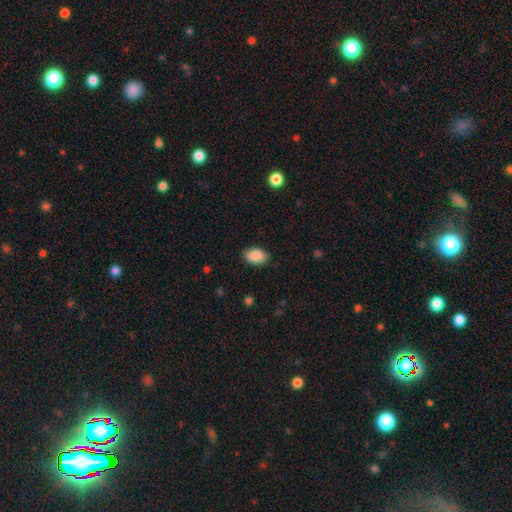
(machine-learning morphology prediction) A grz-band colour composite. It shows a smooth galaxy with no disk features (89%) that is in between round and cigar-shaped (91%). Merging: none (86%).